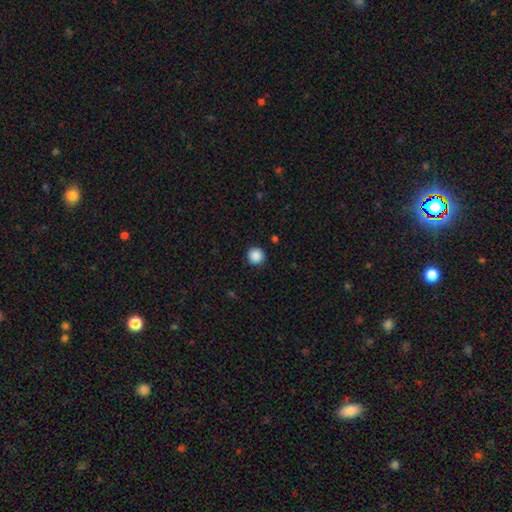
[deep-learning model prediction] The model was most divided on "smooth or featured": smooth: 88%, star or artifact: 9%, featured or disk: 2%. More confident: how rounded — round (96%); merging — none (92%).